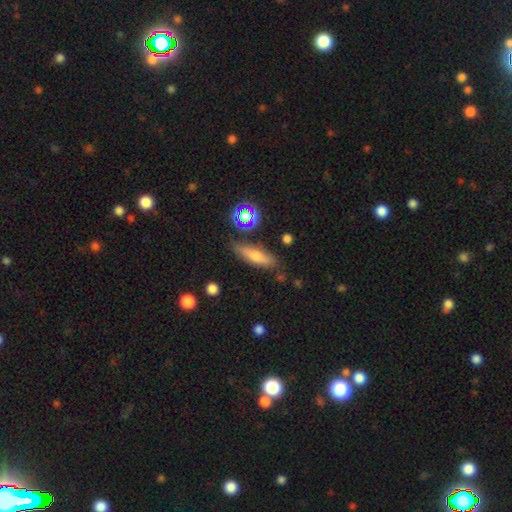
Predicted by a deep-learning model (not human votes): Smooth or featured: smooth — 54% (featured or disk — 33%)
How rounded: cigar-shaped — 60% (in between — 35%)
Merging: none — 80% (minor disturbance — 13%)